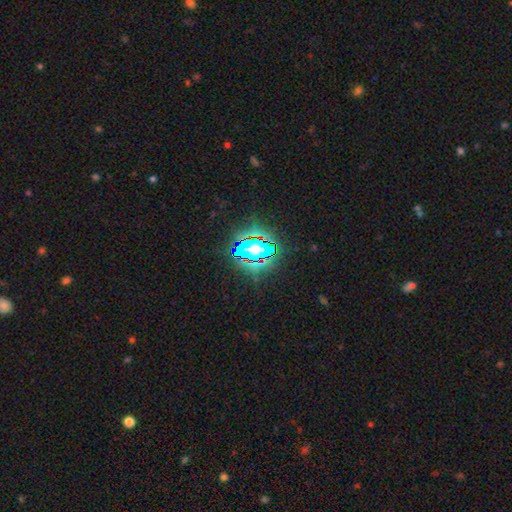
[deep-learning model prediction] Morphology: type=star or artifact (65%).